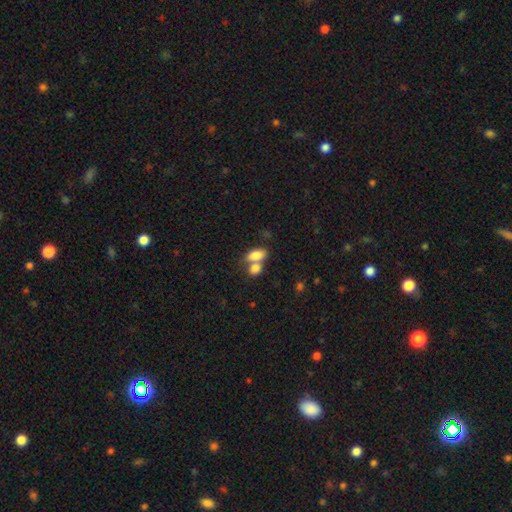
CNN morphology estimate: A smooth galaxy with no disk features (80%) that is in between round and cigar-shaped (85%).

Vote fractions:
- Smooth or featured? smooth: 80% / featured or disk: 12% / star or artifact: 8%
- How rounded? in between: 85% / round: 11% / cigar-shaped: 4%
- Merging? merger: 56% / none: 31% / minor disturbance: 9% / major disturbance: 4%